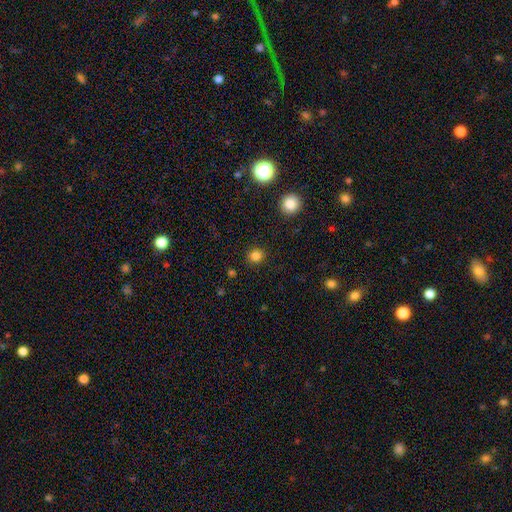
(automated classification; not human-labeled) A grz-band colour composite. It shows a smooth galaxy with no disk features (82%) that is round (90%). Merging: none (90%).